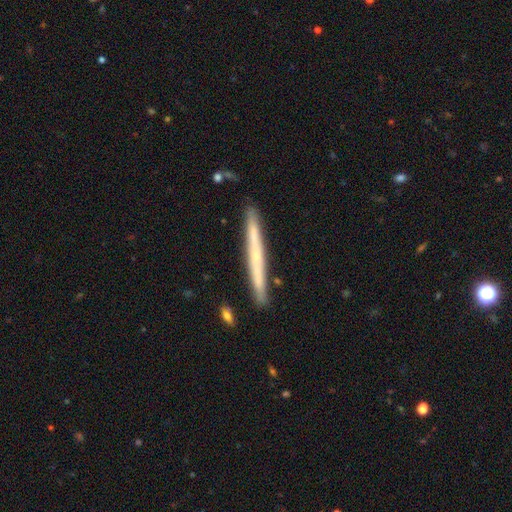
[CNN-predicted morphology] Smooth or featured?
  - featured or disk: 53% *
  - smooth: 42%
  - star or artifact: 6%
Edge-on disk?
  - yes: 95% *
  - no: 5%
Edge-on bulge?
  - none: 69% *
  - rounded: 27%
  - boxy: 4%
Merging?
  - none: 88% *
  - minor disturbance: 9%
  - merger: 2%
  - major disturbance: 1%